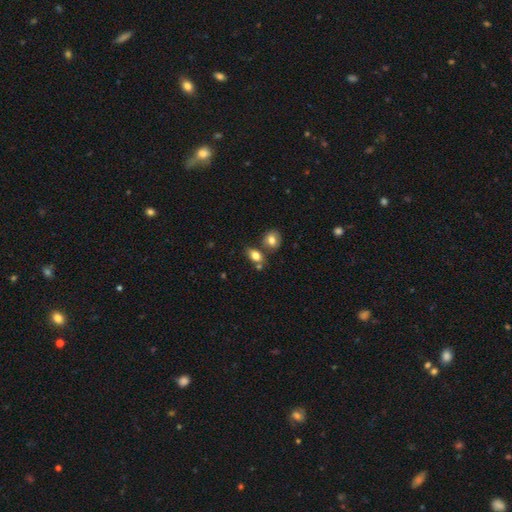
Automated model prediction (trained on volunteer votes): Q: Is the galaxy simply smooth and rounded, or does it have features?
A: smooth — 80%.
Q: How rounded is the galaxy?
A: in between — 76%.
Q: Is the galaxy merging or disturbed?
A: none — 57%.